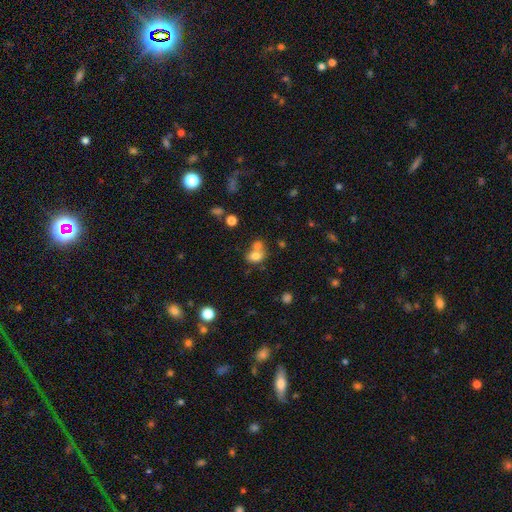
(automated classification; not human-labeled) smooth_or_featured: smooth (p=0.76) [alt: featured or disk p=0.12]
how_rounded: in between (p=0.64) [alt: round p=0.35]
merging: merger (p=0.50) [alt: none p=0.35]